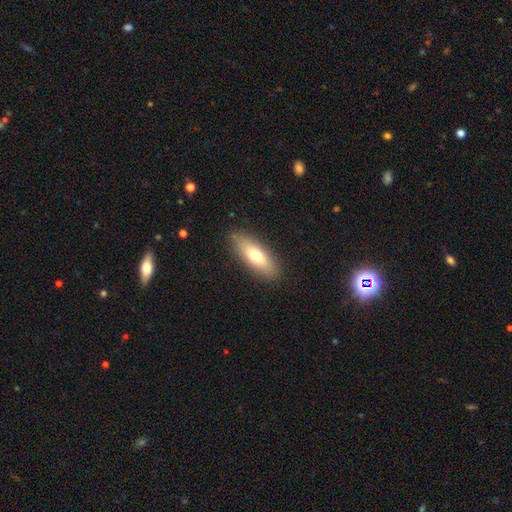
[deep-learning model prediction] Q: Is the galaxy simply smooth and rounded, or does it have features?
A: smooth — 67%.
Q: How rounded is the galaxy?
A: in between — 57%.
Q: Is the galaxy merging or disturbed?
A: none — 87%.